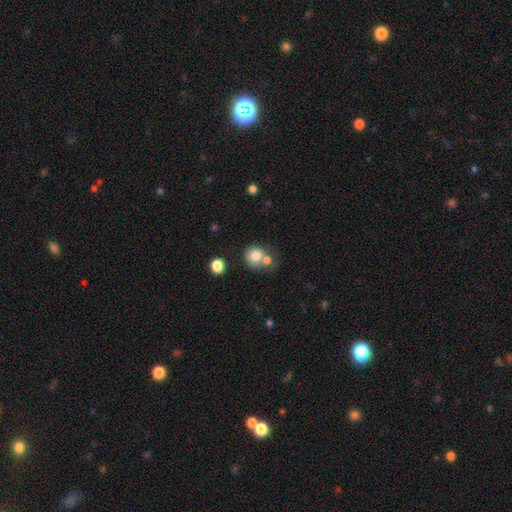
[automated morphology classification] smooth 78%, featured or disk 12%, star or artifact 10%. Down the decision tree: how rounded — round (82%); merging — merger (43%).